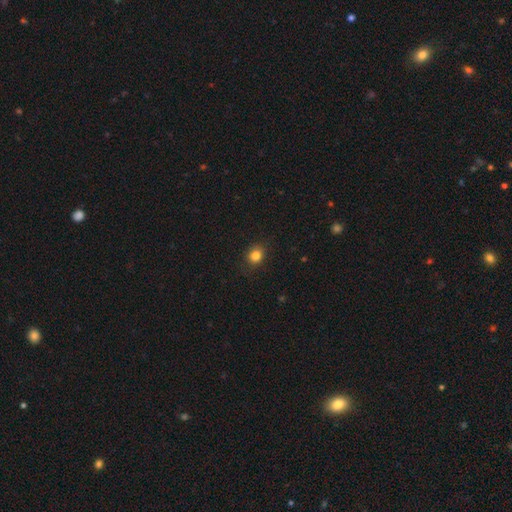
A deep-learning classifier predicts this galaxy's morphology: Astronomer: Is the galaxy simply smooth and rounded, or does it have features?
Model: smooth — 83%.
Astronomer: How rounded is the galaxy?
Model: round — 71%.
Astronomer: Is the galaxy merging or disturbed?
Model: none — 87%.